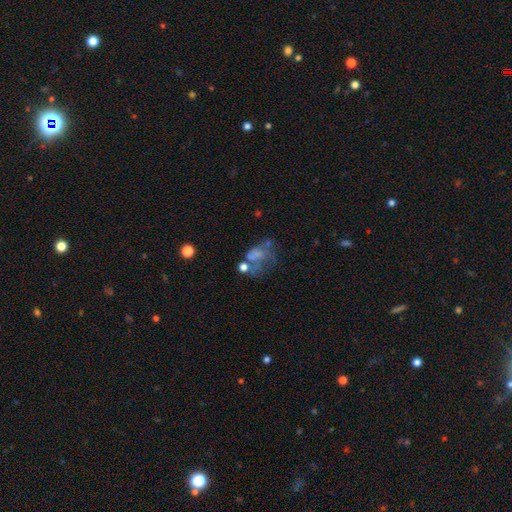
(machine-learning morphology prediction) This appears to be a smooth galaxy with no disk features (45%). Merging: major disturbance (41%).